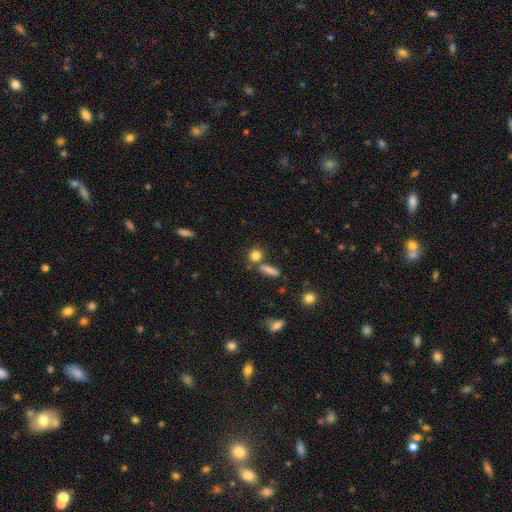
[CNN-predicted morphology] A smooth galaxy with no disk features (81%) that is round (72%).

Vote fractions:
- Smooth or featured? smooth: 81% / star or artifact: 12% / featured or disk: 8%
- How rounded? round: 72% / in between: 22% / cigar-shaped: 6%
- Merging? none: 61% / merger: 25% / minor disturbance: 11% / major disturbance: 4%